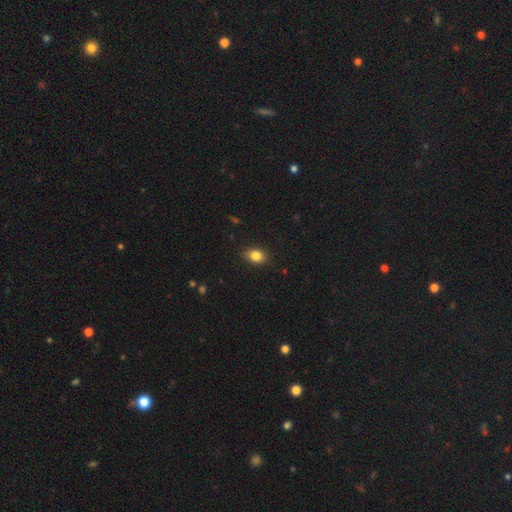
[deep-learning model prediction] This appears to be a smooth galaxy with no disk features (84%) that is in between round and cigar-shaped (72%). Merging: none (88%).